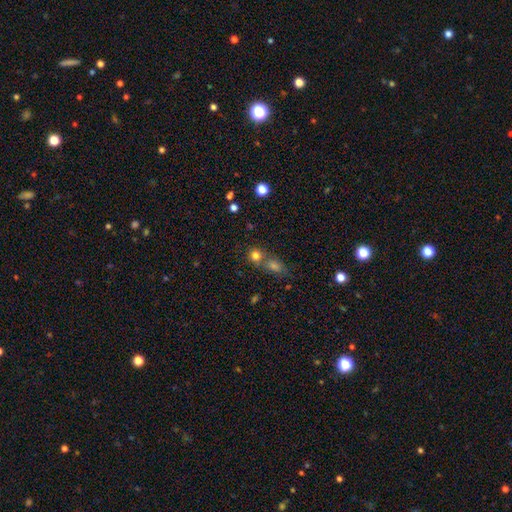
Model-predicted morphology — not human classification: Q: Smooth or featured?
A: smooth (77%); runner-up: star or artifact (15%)
Q: How rounded?
A: round (81%); runner-up: in between (18%)
Q: Merging?
A: none (50%); runner-up: merger (38%)